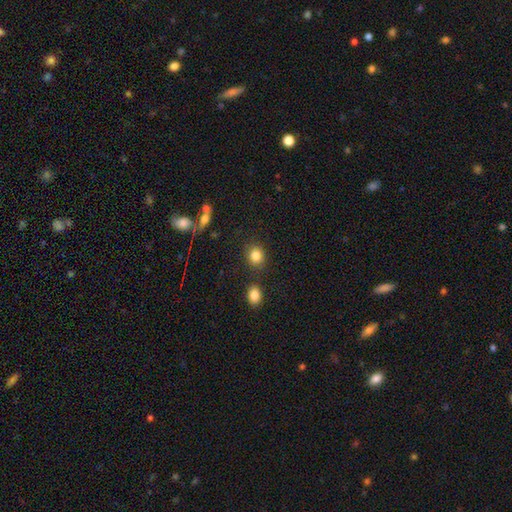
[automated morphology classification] Smooth or featured? smooth (85%)
How rounded? round (71%)
Merging? none (81%)